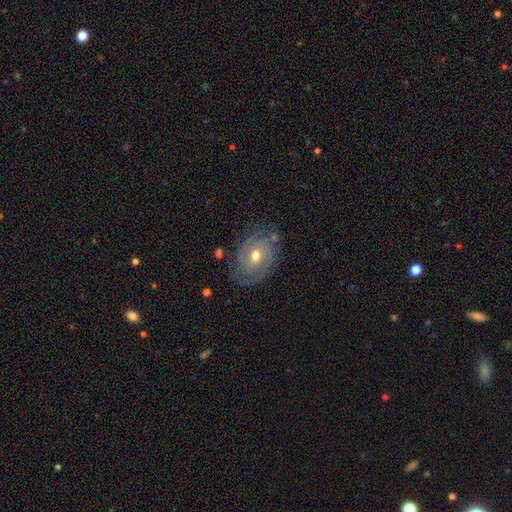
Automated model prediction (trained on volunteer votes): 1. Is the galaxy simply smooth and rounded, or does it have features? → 83% featured or disk, 11% smooth, 6% star or artifact.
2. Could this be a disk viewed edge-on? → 96% no, 4% yes.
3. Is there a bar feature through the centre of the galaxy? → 62% no, 31% weak, 7% strong.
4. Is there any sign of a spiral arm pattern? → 92% yes, 8% no.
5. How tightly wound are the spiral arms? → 68% tight, 25% medium, 6% loose.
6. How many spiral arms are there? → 51% 2, 24% can't tell, 13% 3, 4% 4, 4% 1, 3% more than 4.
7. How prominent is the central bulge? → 74% moderate, 21% small, 4% large, 1% none, 1% dominant.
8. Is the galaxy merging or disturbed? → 75% none, 17% minor disturbance, 6% major disturbance, 2% merger.